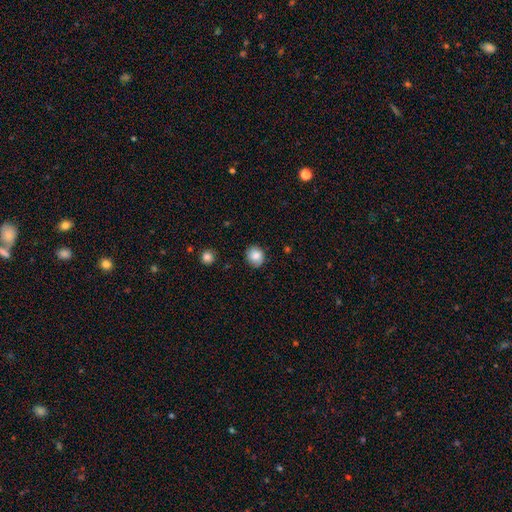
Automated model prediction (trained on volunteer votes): A smooth galaxy with no disk features (85%) that is round (73%). Merging: none (84%).